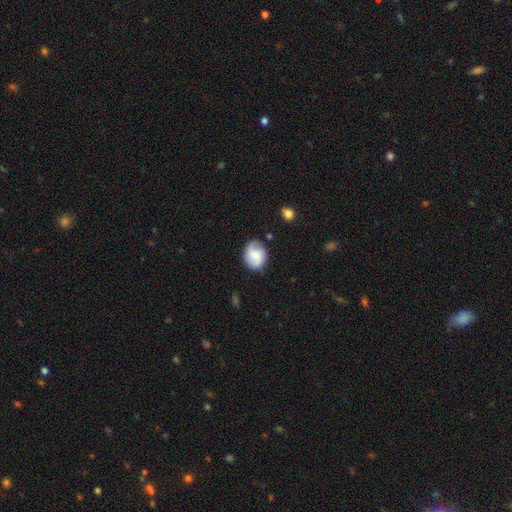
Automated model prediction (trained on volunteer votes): This is possibly a smooth galaxy (58%). How rounded: possibly round (55%). Merging: likely none (68%).